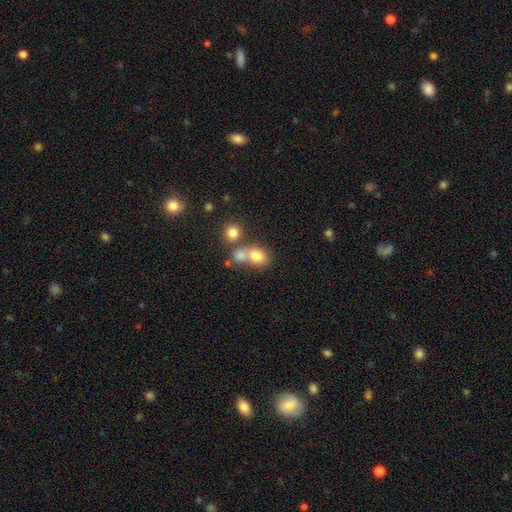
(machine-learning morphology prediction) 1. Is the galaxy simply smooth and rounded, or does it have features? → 77% smooth, 12% star or artifact, 11% featured or disk.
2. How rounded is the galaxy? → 52% round, 47% in between, 1% cigar-shaped.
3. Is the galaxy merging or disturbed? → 46% merger, 39% none, 10% minor disturbance, 5% major disturbance.